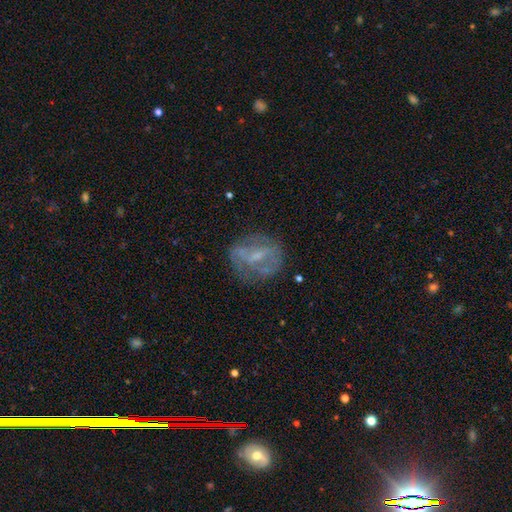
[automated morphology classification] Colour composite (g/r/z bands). It shows a featured or disk galaxy (61%) with a weak bar (45%), no spiral arms (52%) and a small central bulge (54%). Merging: none (64%).